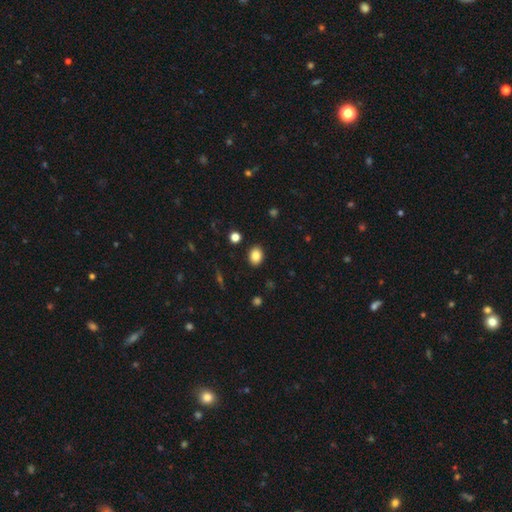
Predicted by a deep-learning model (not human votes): Q: Smooth or featured?
A: smooth (86%); runner-up: star or artifact (9%)
Q: How rounded?
A: in between (64%); runner-up: round (35%)
Q: Merging?
A: none (89%); runner-up: minor disturbance (7%)